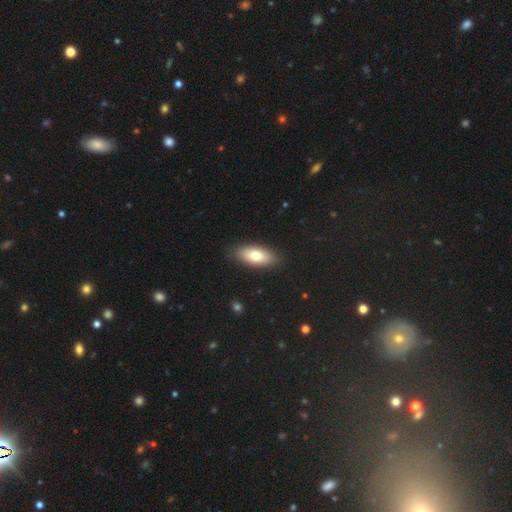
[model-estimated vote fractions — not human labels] This appears to be a smooth galaxy with no disk features (75%) that is in between round and cigar-shaped (86%). Merging: none (87%).